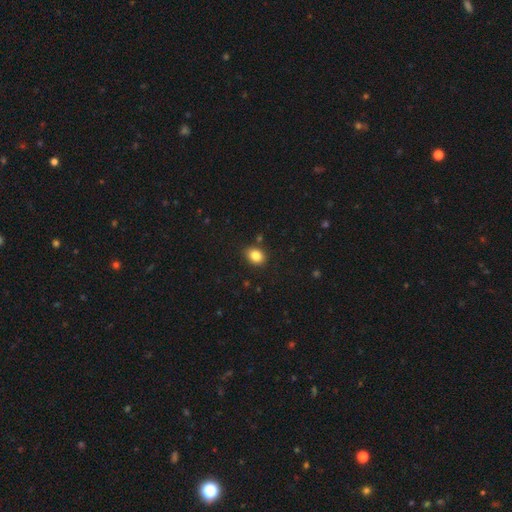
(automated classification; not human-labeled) A smooth galaxy with no disk features (85%) that is in between round and cigar-shaped (58%). Merging: none (86%).